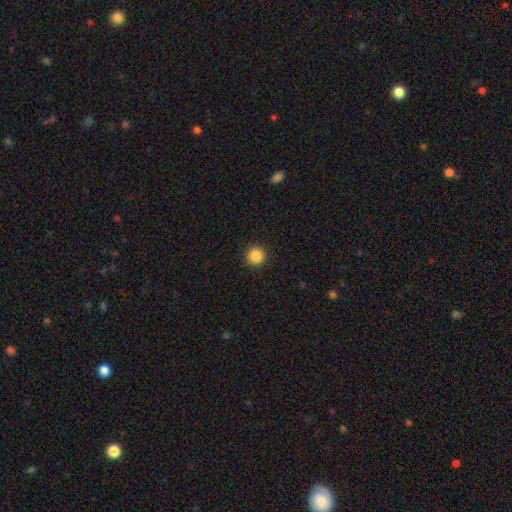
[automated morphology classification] Smooth or featured? Predicted: smooth (p=0.86). How rounded? Predicted: round (p=0.96). Merging? Predicted: none (p=0.93).